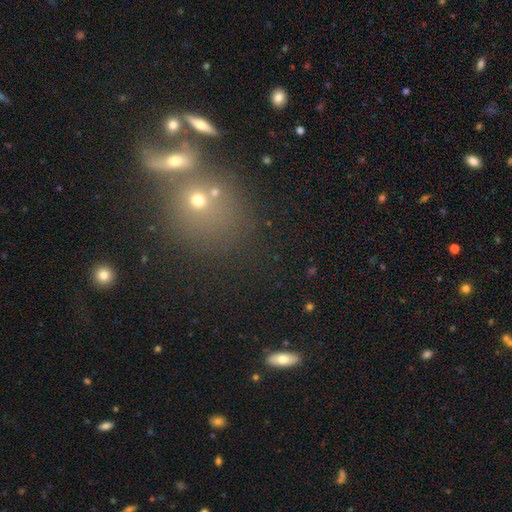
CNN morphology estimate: smooth_or_featured: smooth (p=0.45) [alt: star or artifact p=0.35]
merging: none (p=0.49) [alt: merger p=0.31]